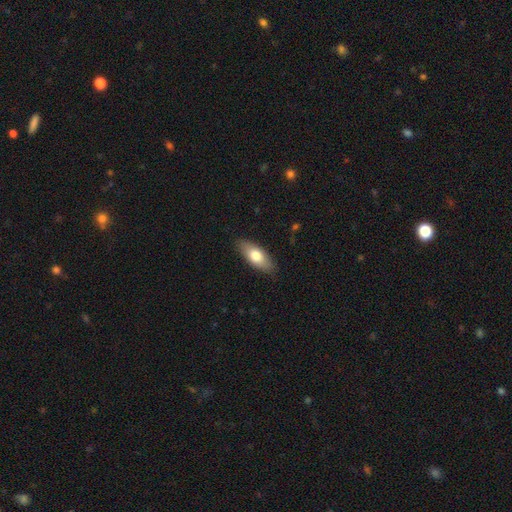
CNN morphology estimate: Smooth or featured: smooth — 73% (featured or disk — 21%)
How rounded: in between — 80% (cigar-shaped — 17%)
Merging: none — 86% (minor disturbance — 10%)